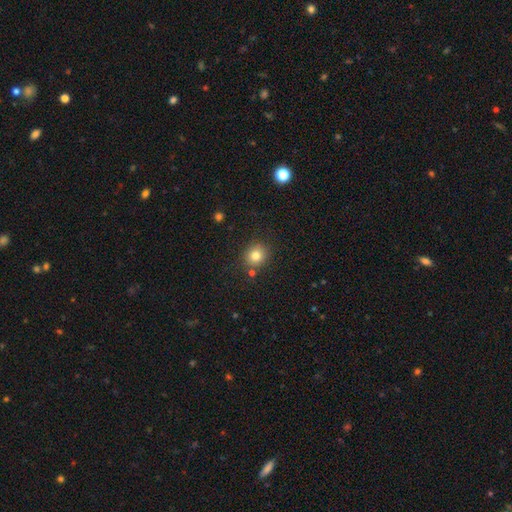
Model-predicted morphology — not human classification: smooth_or_featured: smooth (p=0.79) [alt: star or artifact p=0.13]
how_rounded: round (p=0.80) [alt: in between p=0.19]
merging: none (p=0.82) [alt: minor disturbance p=0.09]